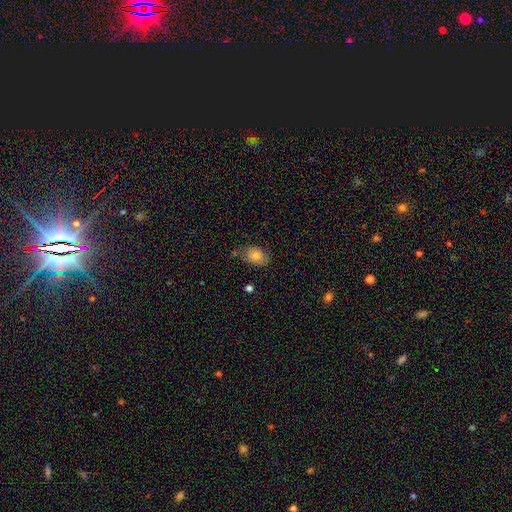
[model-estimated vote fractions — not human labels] This appears to be a smooth galaxy with no disk features (80%) that is in between round and cigar-shaped (75%). Merging: none (70%).